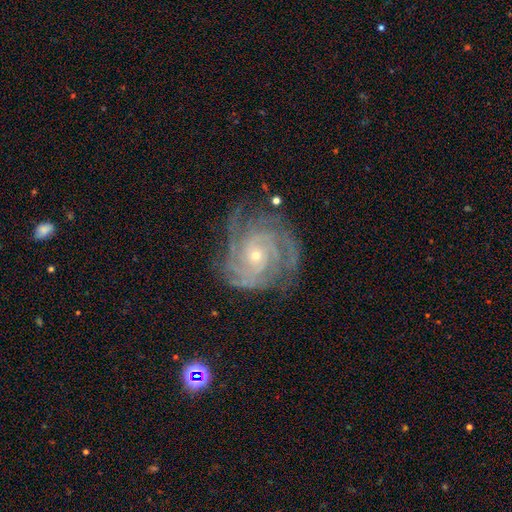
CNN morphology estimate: This appears to be a featured or disk galaxy (90%) with no bar (74%), 4 (28%) tight (72%) spiral arms (98%) and a small central bulge (70%). Merging: none (73%).